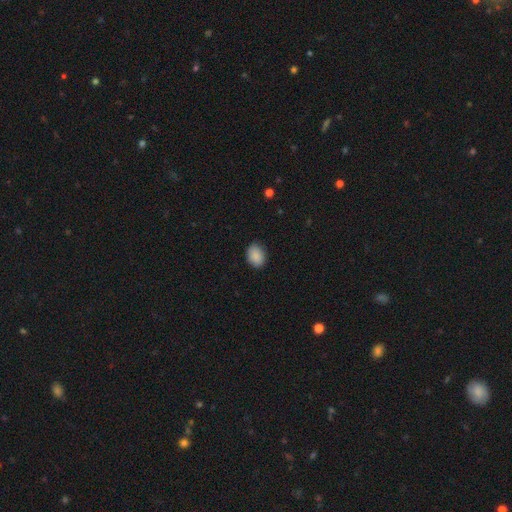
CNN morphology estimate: Smooth or featured?
  - smooth: 89% *
  - star or artifact: 8%
  - featured or disk: 3%
How rounded?
  - in between: 69% *
  - round: 30%
  - cigar-shaped: 1%
Merging?
  - none: 84% *
  - minor disturbance: 12%
  - major disturbance: 2%
  - merger: 1%